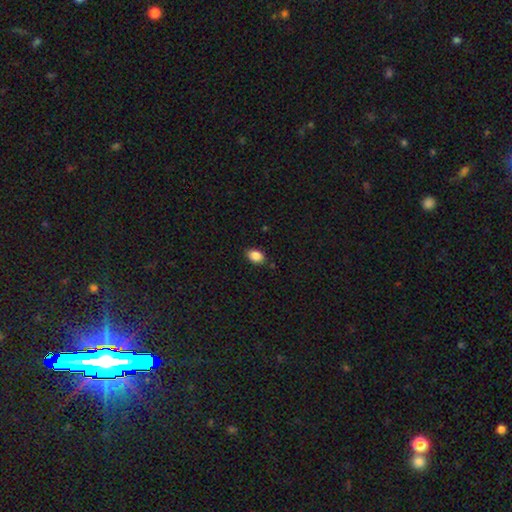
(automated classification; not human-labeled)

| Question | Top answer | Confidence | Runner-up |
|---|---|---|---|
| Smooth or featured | smooth | 87% | star or artifact (9%) |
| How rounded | in between | 79% | round (20%) |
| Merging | none | 85% | minor disturbance (12%) |